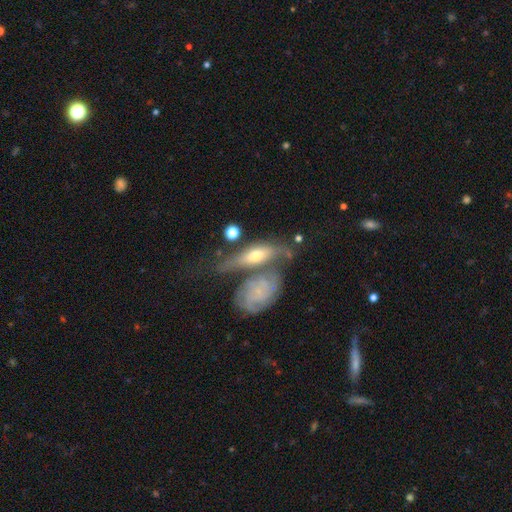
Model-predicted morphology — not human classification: Smooth or featured?
  - featured or disk: 62% *
  - smooth: 30%
  - star or artifact: 7%
Edge-on disk?
  - no: 53% *
  - yes: 47%
Merging?
  - none: 41% *
  - merger: 30%
  - minor disturbance: 18%
  - major disturbance: 11%